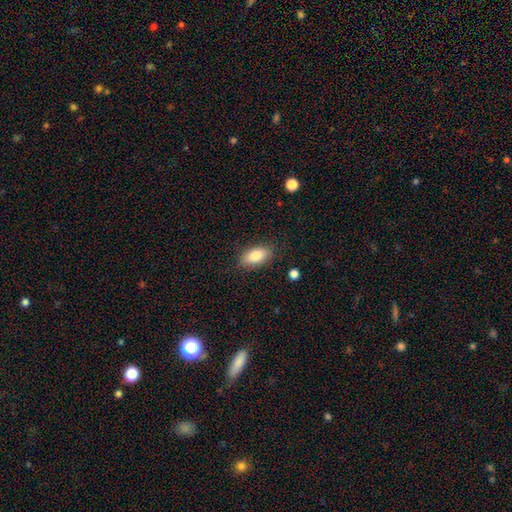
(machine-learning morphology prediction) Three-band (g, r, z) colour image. It shows a smooth galaxy with no disk features (84%) that is in between round and cigar-shaped (90%). Merging: none (84%).